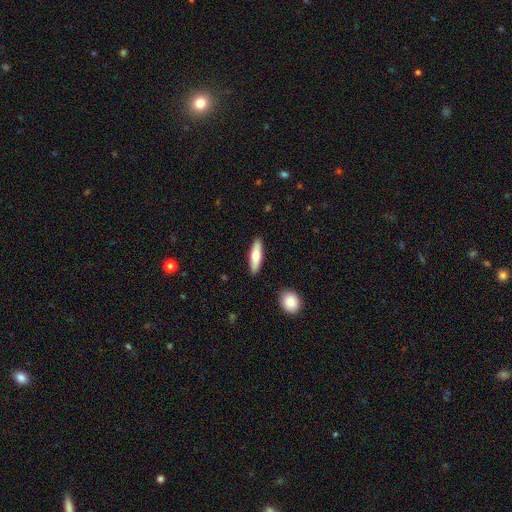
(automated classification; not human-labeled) Smooth or featured: smooth — 72% (featured or disk — 23%)
How rounded: cigar-shaped — 64% (in between — 34%)
Merging: none — 88% (minor disturbance — 8%)